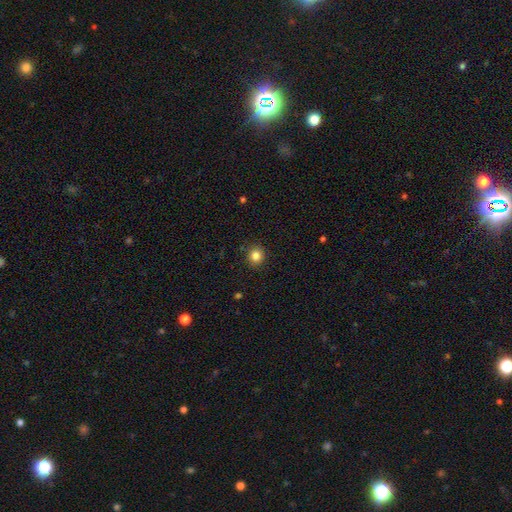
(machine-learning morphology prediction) smooth 84%, star or artifact 11%, featured or disk 5%. Down the decision tree: how rounded — round (85%); merging — none (90%).